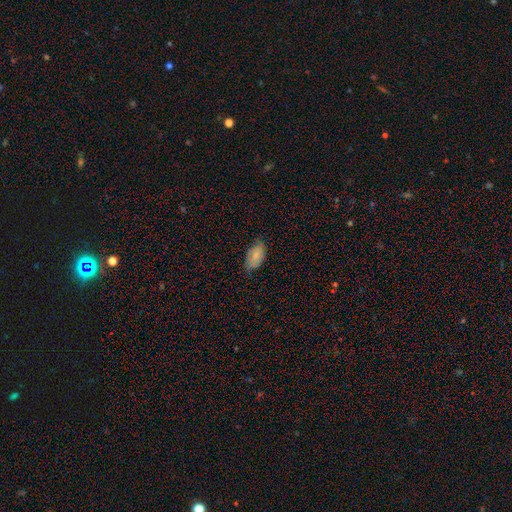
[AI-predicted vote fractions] smooth-or-featured: smooth: 77% | featured or disk: 16% | star or artifact: 7%
  how-rounded: in between: 94% | round: 4% | cigar-shaped: 2%
  merging: none: 69% | minor disturbance: 26% | major disturbance: 4% | merger: 1%